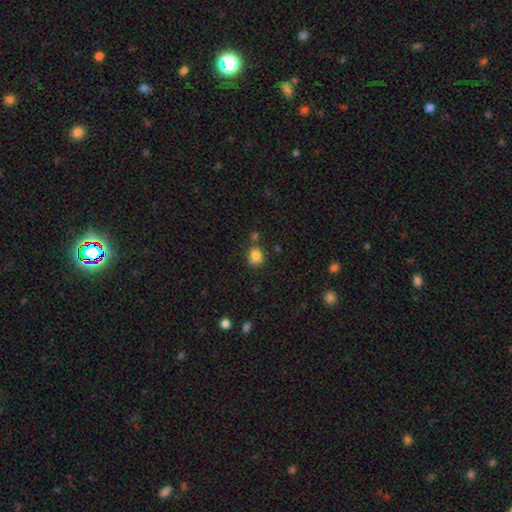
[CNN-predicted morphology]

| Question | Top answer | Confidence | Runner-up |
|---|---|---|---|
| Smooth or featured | smooth | 83% | star or artifact (11%) |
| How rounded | round | 61% | in between (38%) |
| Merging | none | 68% | minor disturbance (17%) |